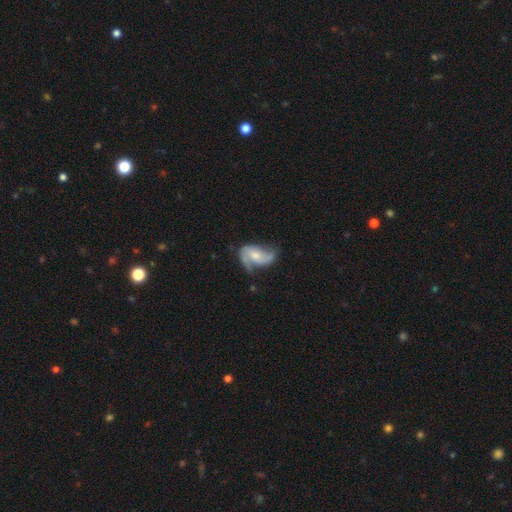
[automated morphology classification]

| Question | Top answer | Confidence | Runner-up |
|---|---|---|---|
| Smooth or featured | featured or disk | 75% | smooth (19%) |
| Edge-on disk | no | 97% | yes (3%) |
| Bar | no | 53% | weak (37%) |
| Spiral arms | yes | 92% | no (8%) |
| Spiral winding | loose | 47% | medium (40%) |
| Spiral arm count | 2 | 82% | 1 (6%) |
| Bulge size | moderate | 48% | small (39%) |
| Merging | none | 47% | minor disturbance (29%) |